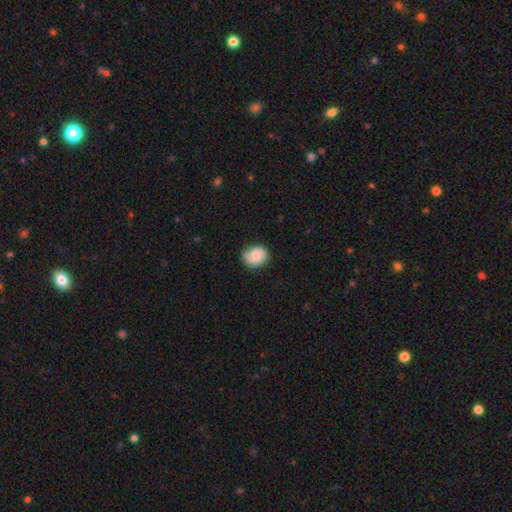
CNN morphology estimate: This appears to be a smooth galaxy with no disk features (71%) that is round (54%). Merging: none (72%).